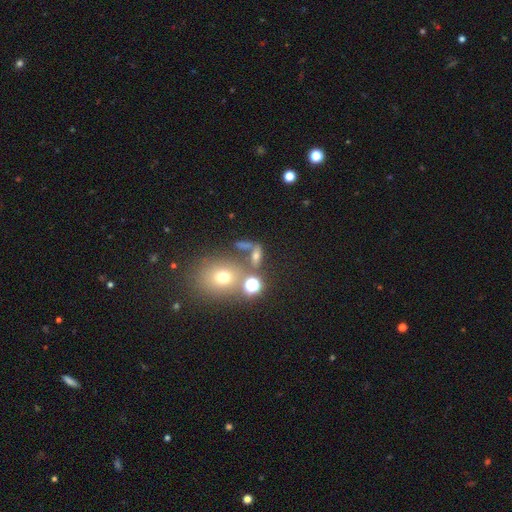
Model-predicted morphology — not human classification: A smooth galaxy with no disk features (53%) that is in between round and cigar-shaped (46%). Merging: none (51%).